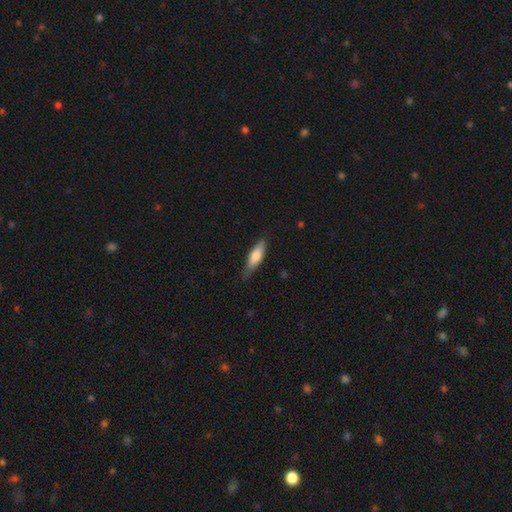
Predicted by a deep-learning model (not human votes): smooth_or_featured: smooth (p=0.72) [alt: featured or disk p=0.22]
how_rounded: cigar-shaped (p=0.55) [alt: in between p=0.43]
merging: none (p=0.72) [alt: minor disturbance p=0.23]